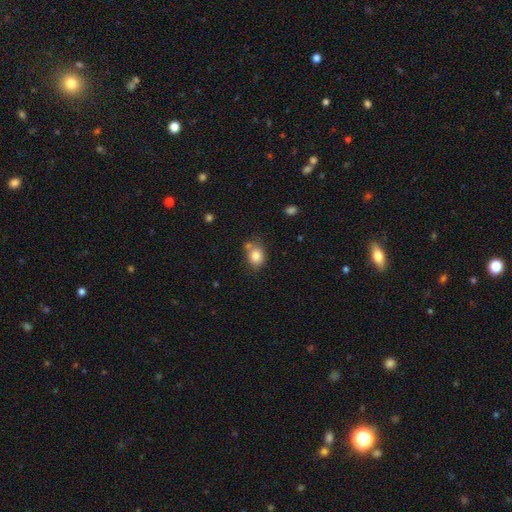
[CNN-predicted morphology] Smooth or featured? smooth (81%)
How rounded? round (52%)
Merging? none (61%)